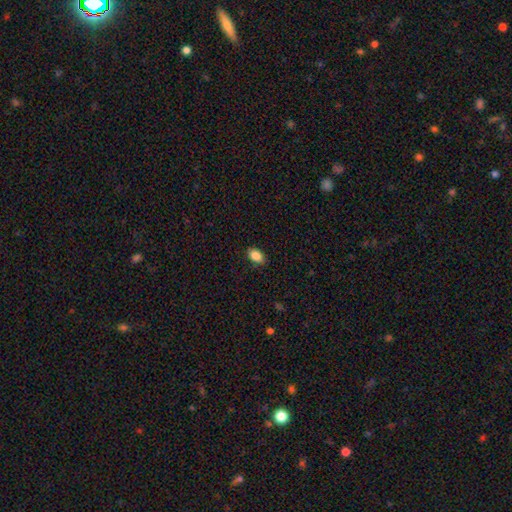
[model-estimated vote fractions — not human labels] smooth 87%, star or artifact 8%, featured or disk 5%. Down the decision tree: how rounded — in between (88%); merging — none (86%).